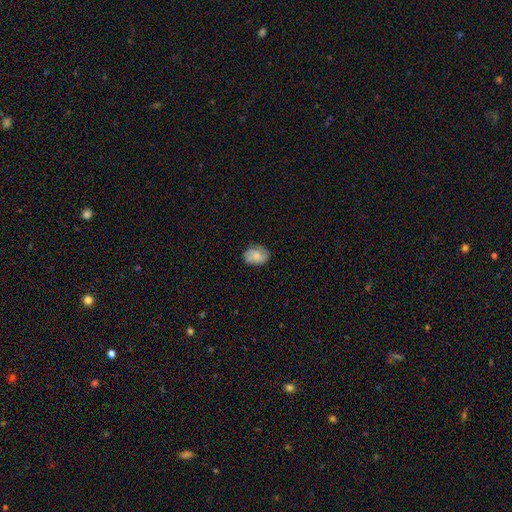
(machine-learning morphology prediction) Overall: smooth (69%). How rounded: in between (66%; round 33%). Merging: none (74%).